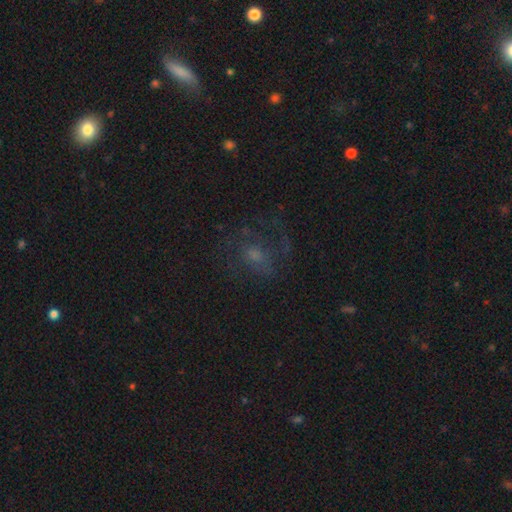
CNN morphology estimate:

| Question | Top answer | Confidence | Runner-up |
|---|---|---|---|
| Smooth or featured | featured or disk | 48% | smooth (31%) |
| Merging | none | 52% | major disturbance (28%) |